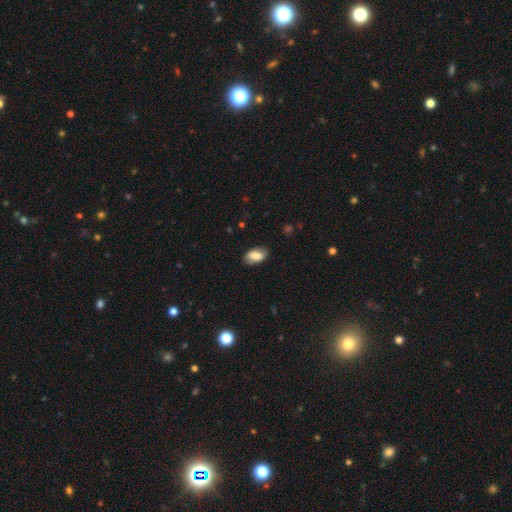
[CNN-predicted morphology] A smooth galaxy with no disk features (79%) that is in between round and cigar-shaped (92%).

Vote fractions:
- Smooth or featured? smooth: 79% / featured or disk: 14% / star or artifact: 7%
- How rounded? in between: 92% / round: 6% / cigar-shaped: 2%
- Merging? none: 83% / minor disturbance: 13% / major disturbance: 3% / merger: 1%